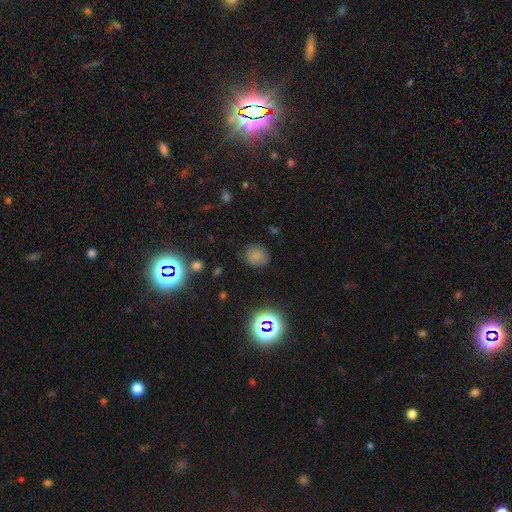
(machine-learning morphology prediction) Smooth or featured? smooth (74%)
How rounded? round (76%)
Merging? none (80%)